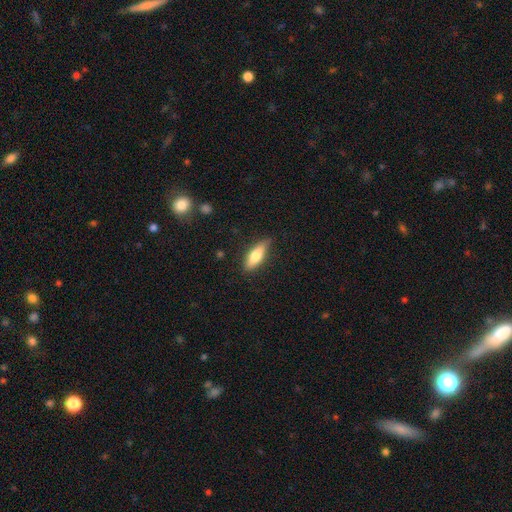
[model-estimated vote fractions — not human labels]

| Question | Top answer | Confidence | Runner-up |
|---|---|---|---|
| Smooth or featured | smooth | 69% | featured or disk (25%) |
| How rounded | in between | 55% | cigar-shaped (43%) |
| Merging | none | 79% | minor disturbance (17%) |